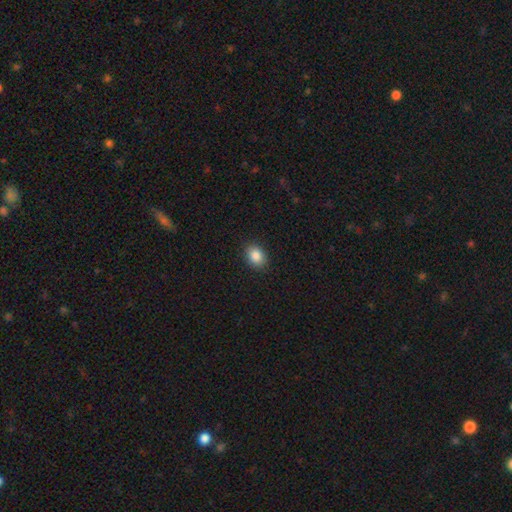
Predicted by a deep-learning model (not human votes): Q: Smooth or featured?
A: smooth (86%); runner-up: star or artifact (9%)
Q: How rounded?
A: in between (64%); runner-up: round (35%)
Q: Merging?
A: none (89%); runner-up: minor disturbance (8%)